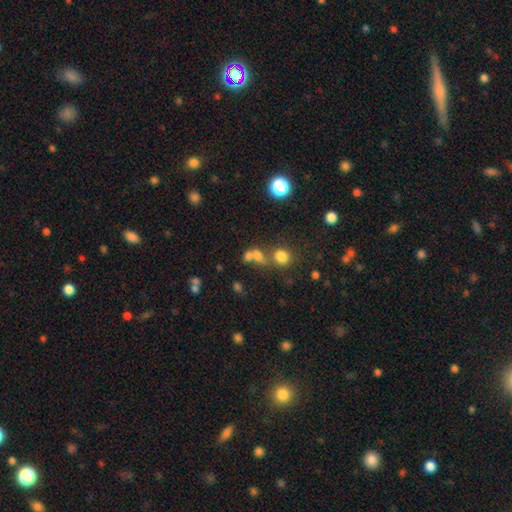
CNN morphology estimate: A smooth galaxy with no disk features (63%) that is round (49%). Merging: merger (53%).